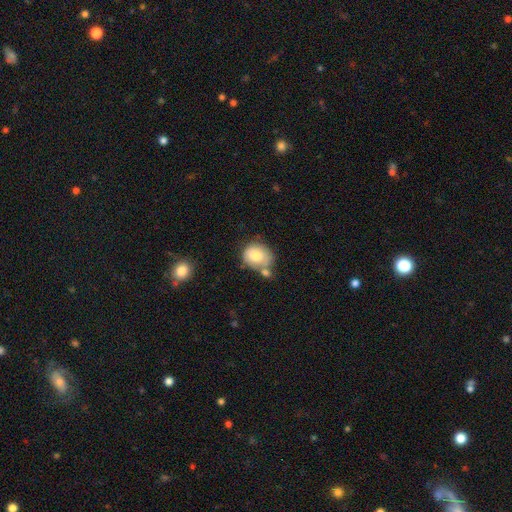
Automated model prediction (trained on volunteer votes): smooth-or-featured: smooth: 78% | featured or disk: 14% | star or artifact: 8%
  how-rounded: round: 58% | in between: 41% | cigar-shaped: 1%
  merging: none: 44% | merger: 29% | minor disturbance: 20% | major disturbance: 7%